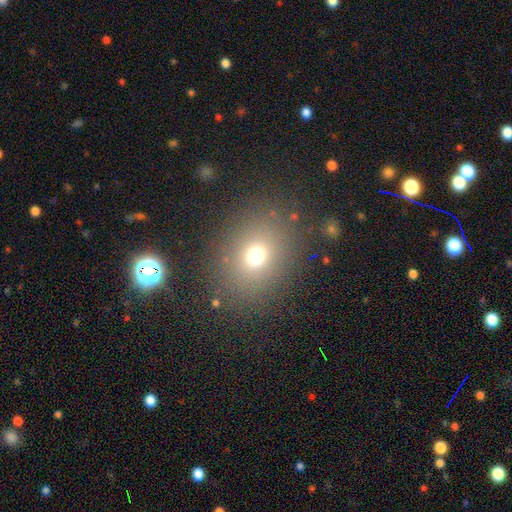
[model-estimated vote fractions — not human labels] Smooth or featured? smooth (70%)
How rounded? round (58%)
Merging? none (84%)